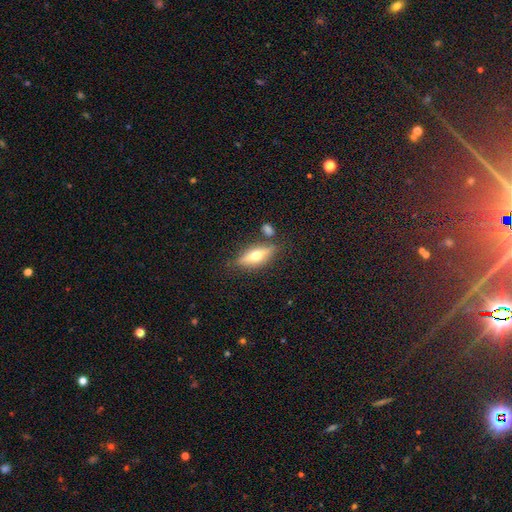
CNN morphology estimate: This appears to be a featured or disk galaxy (50%) viewed edge-on (86%). Merging: none (76%).